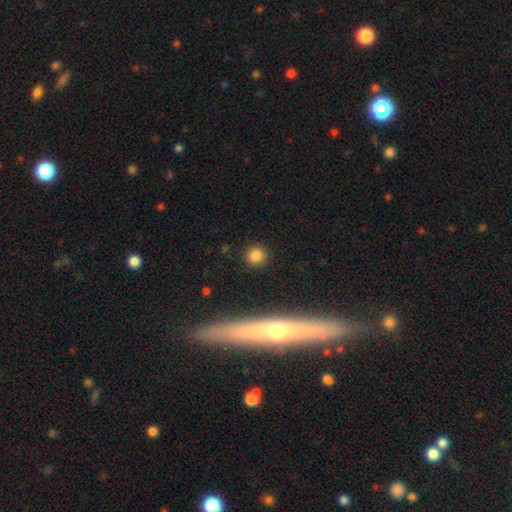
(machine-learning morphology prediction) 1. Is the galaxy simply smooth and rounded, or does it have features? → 82% smooth, 12% star or artifact, 6% featured or disk.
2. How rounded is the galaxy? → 93% round, 6% in between, 1% cigar-shaped.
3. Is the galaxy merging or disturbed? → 91% none, 5% minor disturbance, 2% major disturbance, 1% merger.